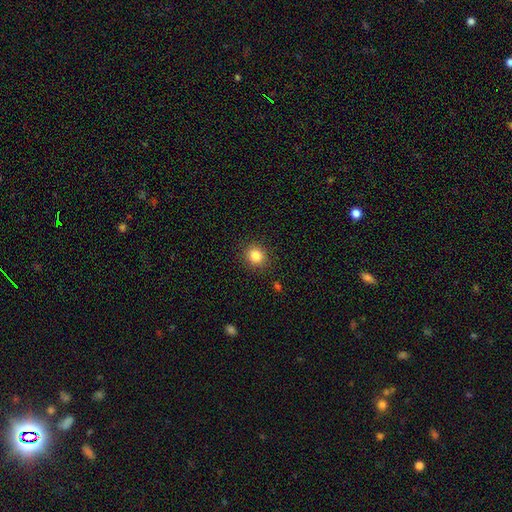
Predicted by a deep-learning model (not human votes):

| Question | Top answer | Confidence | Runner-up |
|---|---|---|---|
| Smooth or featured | smooth | 84% | star or artifact (11%) |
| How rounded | round | 84% | in between (15%) |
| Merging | none | 89% | minor disturbance (7%) |